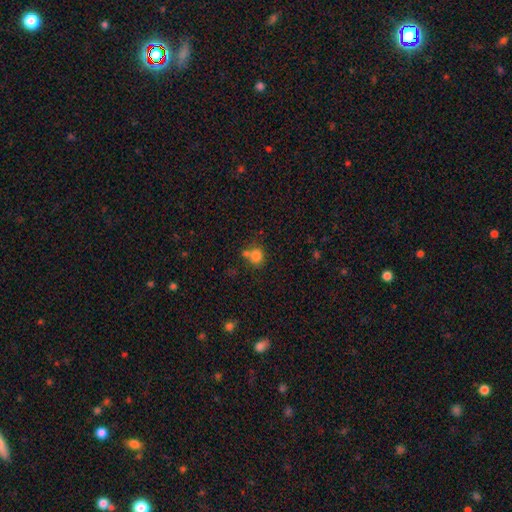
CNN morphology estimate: smooth-or-featured: smooth: 80% | star or artifact: 12% | featured or disk: 7%
  how-rounded: round: 79% | in between: 20% | cigar-shaped: 1%
  merging: none: 52% | merger: 32% | minor disturbance: 11% | major disturbance: 5%